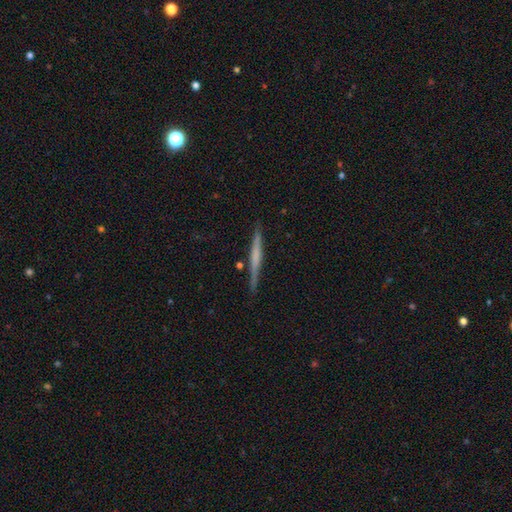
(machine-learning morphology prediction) A featured or disk galaxy (58%) viewed edge-on (98%) with no central bulge (66%). Merging: none (88%).